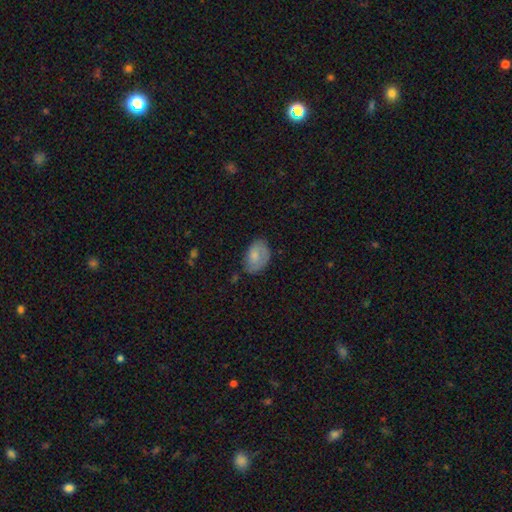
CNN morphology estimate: Smooth or featured? smooth (74%)
How rounded? in between (87%)
Merging? none (62%)